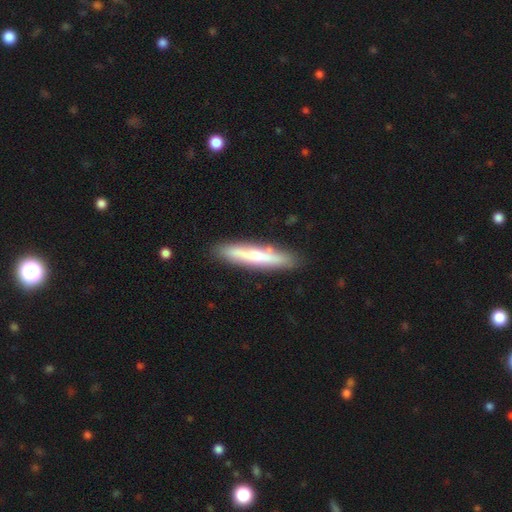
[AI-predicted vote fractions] The model was most divided on "smooth or featured": smooth: 53%, featured or disk: 41%, star or artifact: 6%. More confident: how rounded — cigar-shaped (90%); merging — none (84%).